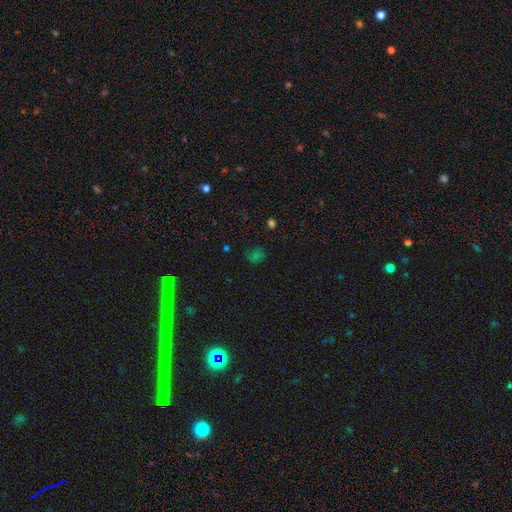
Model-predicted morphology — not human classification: smooth_or_featured: smooth (p=0.46) [alt: star or artifact p=0.42]
merging: none (p=0.75) [alt: minor disturbance p=0.14]